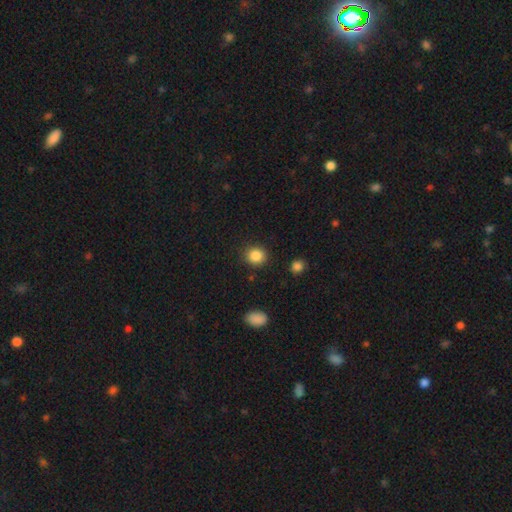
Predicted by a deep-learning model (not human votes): Morphology: type=smooth (86%); roundness=round (81%); merging=none (88%).